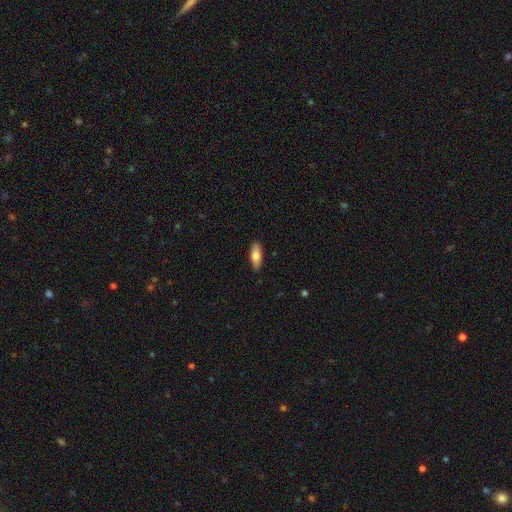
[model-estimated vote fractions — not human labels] smooth-or-featured: smooth: 76% | featured or disk: 18% | star or artifact: 6%
  how-rounded: in between: 70% | cigar-shaped: 28% | round: 2%
  merging: none: 87% | minor disturbance: 10% | major disturbance: 2% | merger: 1%